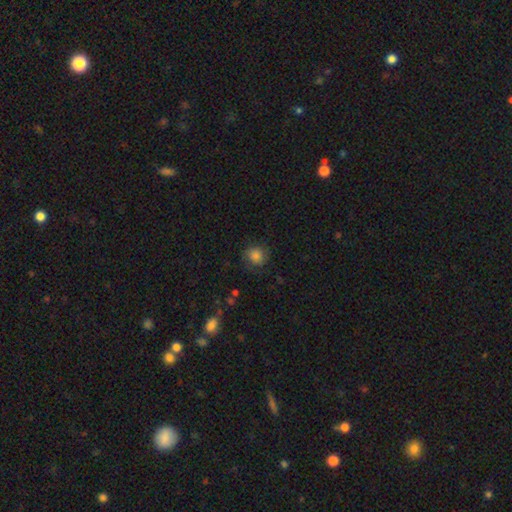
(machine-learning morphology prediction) smooth_or_featured: smooth (p=0.77) [alt: featured or disk p=0.12]
how_rounded: round (p=0.82) [alt: in between p=0.17]
merging: none (p=0.74) [alt: minor disturbance p=0.18]